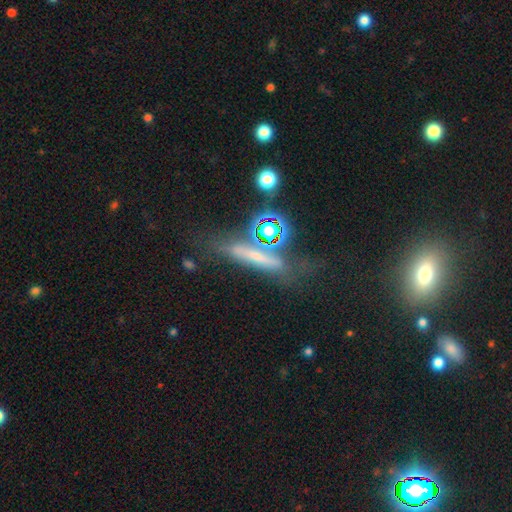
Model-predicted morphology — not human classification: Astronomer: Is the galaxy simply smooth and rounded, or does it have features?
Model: smooth — 47% (runner-up: featured or disk, 32%).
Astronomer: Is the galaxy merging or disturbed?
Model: none — 61%.